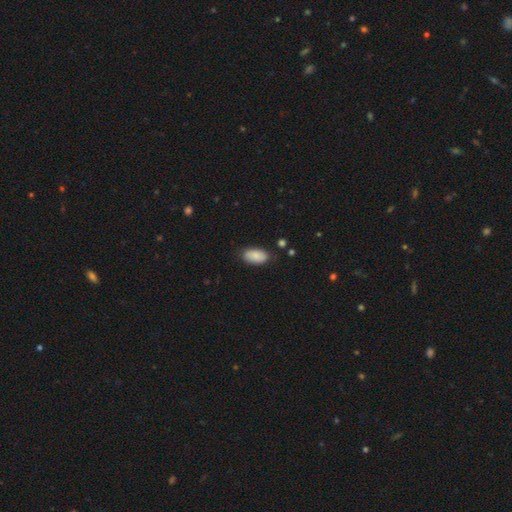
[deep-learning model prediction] Morphology: type=smooth (85%); roundness=in between (95%); merging=none (81%).